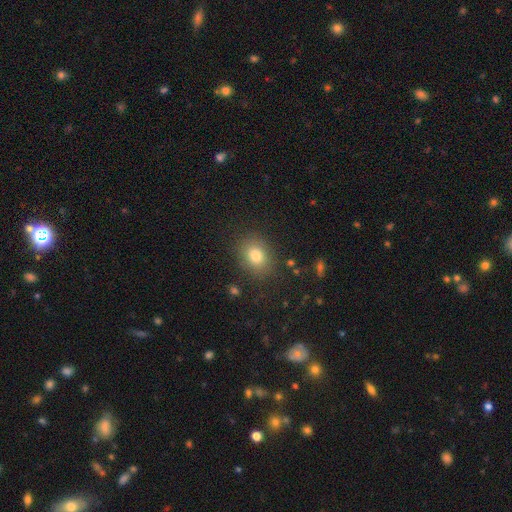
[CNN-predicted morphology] Smooth or featured?
  - smooth: 79% *
  - star or artifact: 12%
  - featured or disk: 10%
How rounded?
  - round: 50% *
  - in between: 49%
  - cigar-shaped: 1%
Merging?
  - none: 82% *
  - minor disturbance: 11%
  - major disturbance: 4%
  - merger: 2%